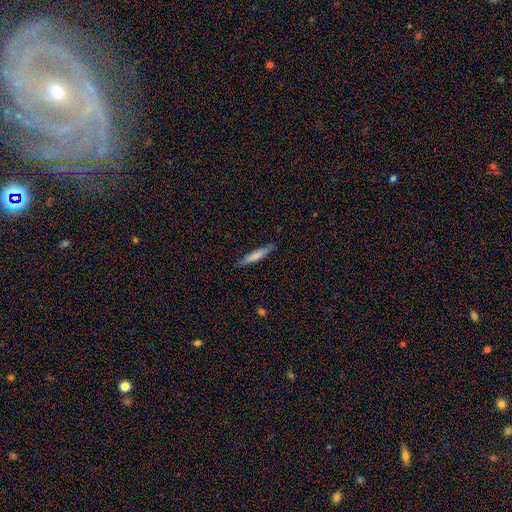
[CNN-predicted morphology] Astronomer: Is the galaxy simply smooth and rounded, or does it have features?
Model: smooth — 67%.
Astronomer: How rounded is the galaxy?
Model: cigar-shaped — 90%.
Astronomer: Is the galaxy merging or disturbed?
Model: none — 84%.